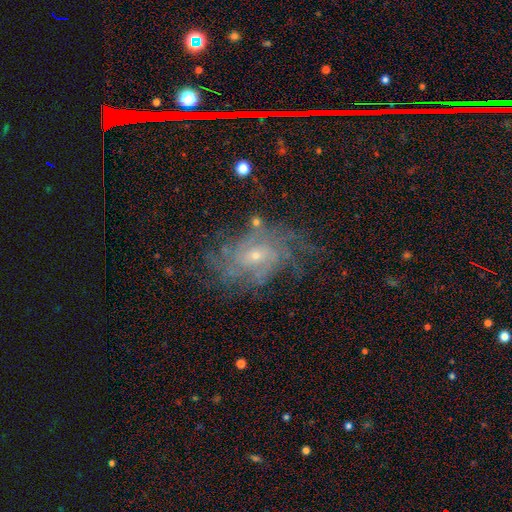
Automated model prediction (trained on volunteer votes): A featured or disk galaxy (81%) with no bar (63%), tight (52%) spiral arms (91%) and a small central bulge (75%).

Vote fractions:
- Smooth or featured? featured or disk: 81% / smooth: 9% / star or artifact: 9%
- Edge-on disk? no: 96% / yes: 4%
- Bar? no: 63% / weak: 31% / strong: 6%
- Spiral arms? yes: 91% / no: 9%
- Spiral winding? tight: 52% / medium: 35% / loose: 14%
- Spiral arm count? can't tell: 44% / 4: 17% / more than 4: 13% / 2: 10% / 3: 10% / 1: 6%
- Bulge size? small: 75% / moderate: 21% / none: 2% / large: 1% / dominant: 1%
- Merging? none: 61% / minor disturbance: 21% / major disturbance: 15% / merger: 2%